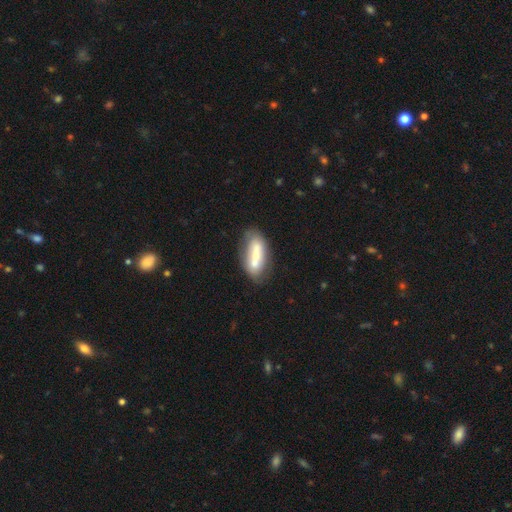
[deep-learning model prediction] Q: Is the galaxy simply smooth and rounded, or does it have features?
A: smooth — 58%.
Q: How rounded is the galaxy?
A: in between — 70%.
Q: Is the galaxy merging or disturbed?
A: none — 50%.